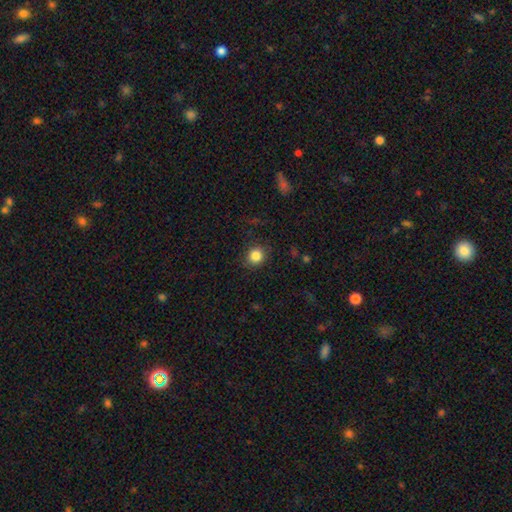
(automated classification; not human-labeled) smooth 85%, star or artifact 11%, featured or disk 5%. Down the decision tree: how rounded — round (85%); merging — none (86%).